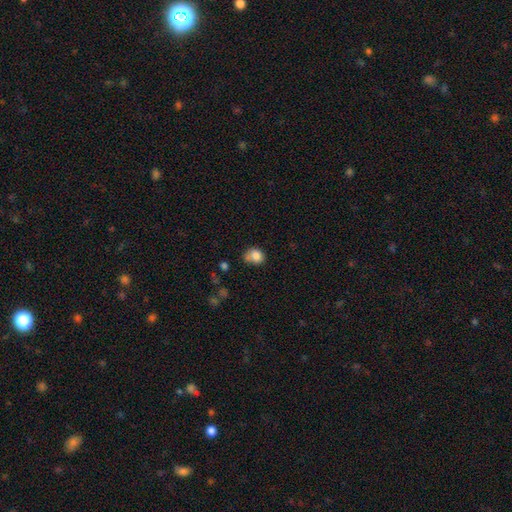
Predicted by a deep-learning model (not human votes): A smooth galaxy with no disk features (81%) that is round (59%).

Vote fractions:
- Smooth or featured? smooth: 81% / star or artifact: 10% / featured or disk: 9%
- How rounded? round: 59% / in between: 41% / cigar-shaped: 1%
- Merging? none: 47% / minor disturbance: 28% / merger: 15% / major disturbance: 10%